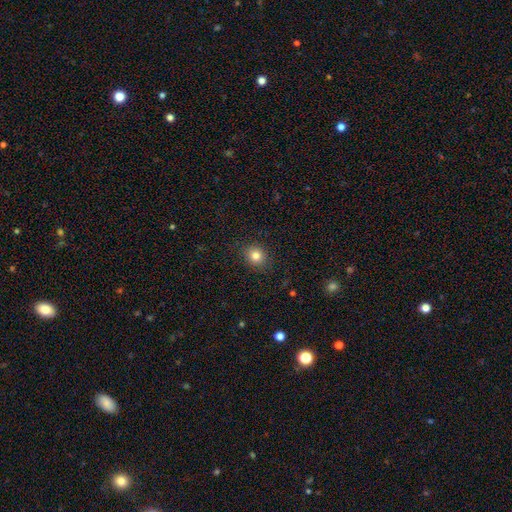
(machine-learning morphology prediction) Smooth or featured?
  - smooth: 81% *
  - star or artifact: 11%
  - featured or disk: 7%
How rounded?
  - round: 74% *
  - in between: 26%
  - cigar-shaped: 1%
Merging?
  - none: 88% *
  - minor disturbance: 8%
  - major disturbance: 3%
  - merger: 1%